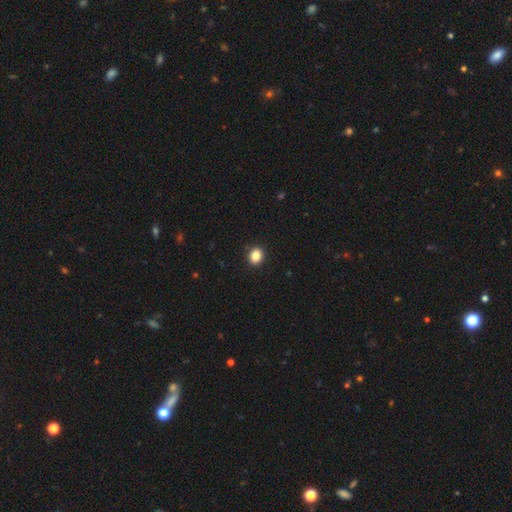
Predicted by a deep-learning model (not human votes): This is clearly a smooth galaxy (86%). How rounded: possibly round (55%). Merging: clearly none (91%).